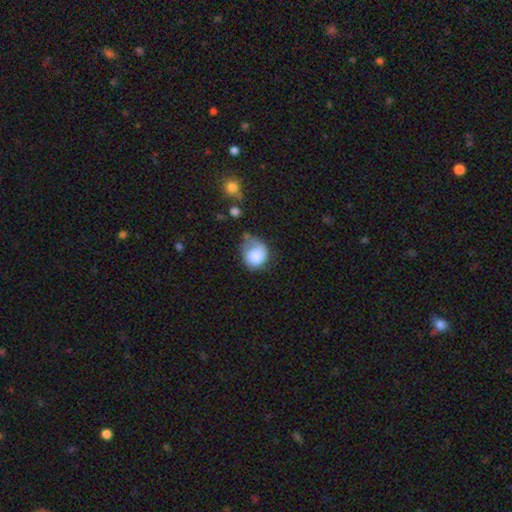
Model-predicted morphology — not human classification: A smooth galaxy with no disk features (81%) that is round (69%).

Vote fractions:
- Smooth or featured? smooth: 81% / featured or disk: 12% / star or artifact: 7%
- How rounded? round: 69% / in between: 30% / cigar-shaped: 1%
- Merging? minor disturbance: 37% / none: 33% / major disturbance: 24% / merger: 6%